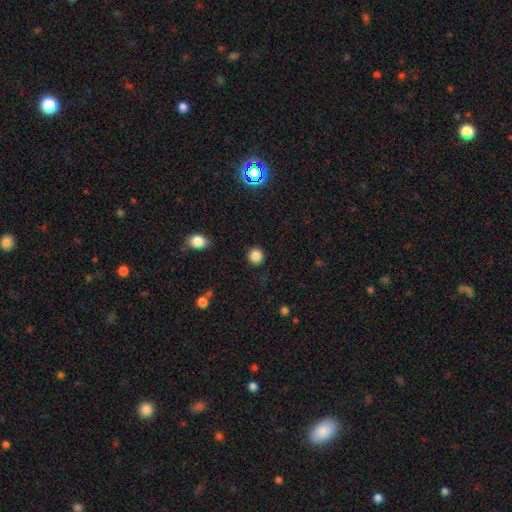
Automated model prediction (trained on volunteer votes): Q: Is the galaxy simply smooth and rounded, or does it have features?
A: smooth — 85%.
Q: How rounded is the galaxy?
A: round — 92%.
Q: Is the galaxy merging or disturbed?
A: none — 91%.